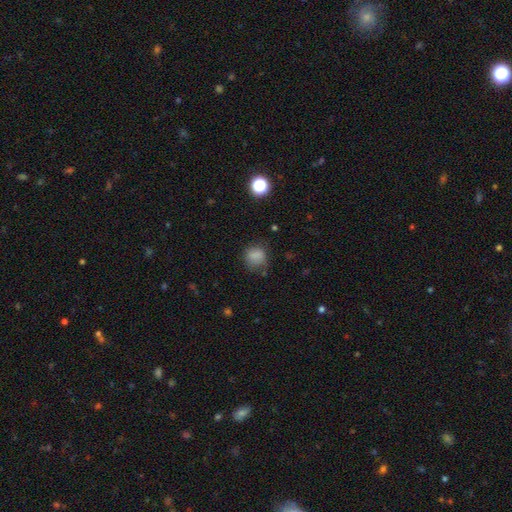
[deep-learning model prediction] This appears to be a smooth galaxy with no disk features (81%) that is round (72%). Merging: none (70%).